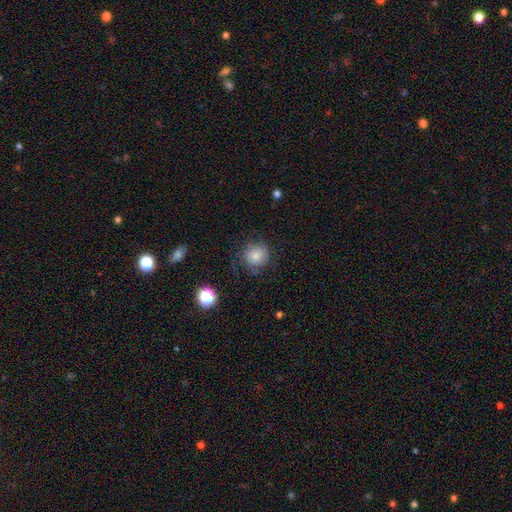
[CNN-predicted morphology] Smooth or featured? smooth (74%)
How rounded? round (89%)
Merging? none (68%)